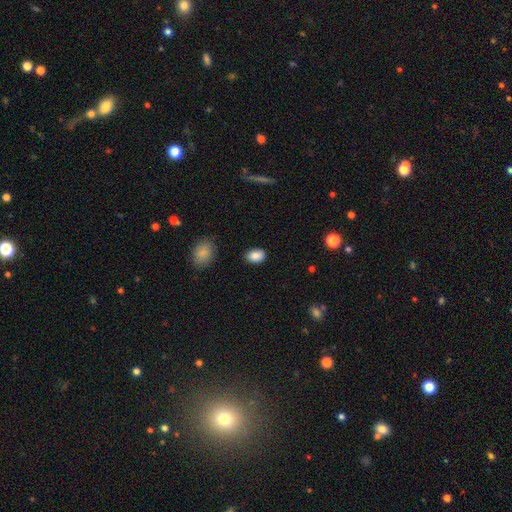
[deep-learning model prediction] The model was most divided on "how rounded": in between: 83%, round: 16%, cigar-shaped: 1%. More confident: smooth or featured — smooth (88%); merging — none (86%).